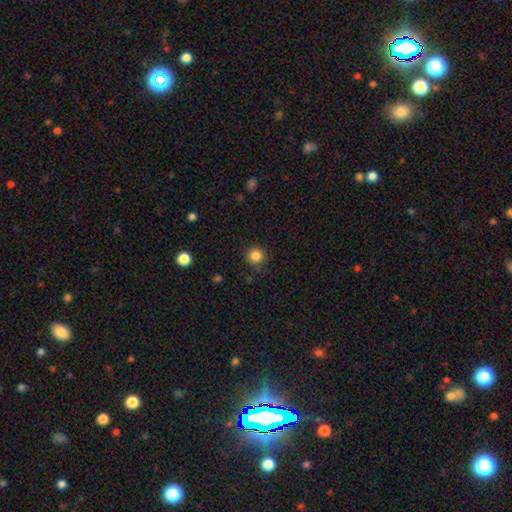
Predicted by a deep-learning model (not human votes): Smooth or featured?
  - smooth: 85% *
  - star or artifact: 11%
  - featured or disk: 4%
How rounded?
  - round: 94% *
  - in between: 5%
  - cigar-shaped: 1%
Merging?
  - none: 88% *
  - minor disturbance: 8%
  - major disturbance: 3%
  - merger: 2%